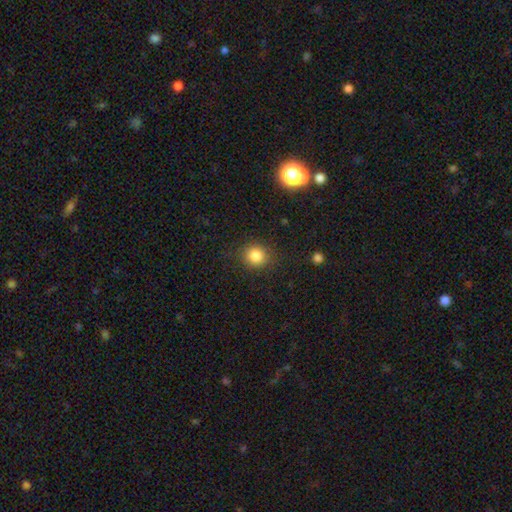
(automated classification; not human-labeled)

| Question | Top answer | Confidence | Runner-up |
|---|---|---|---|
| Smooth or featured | smooth | 84% | star or artifact (11%) |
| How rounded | round | 83% | in between (16%) |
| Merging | none | 86% | minor disturbance (9%) |